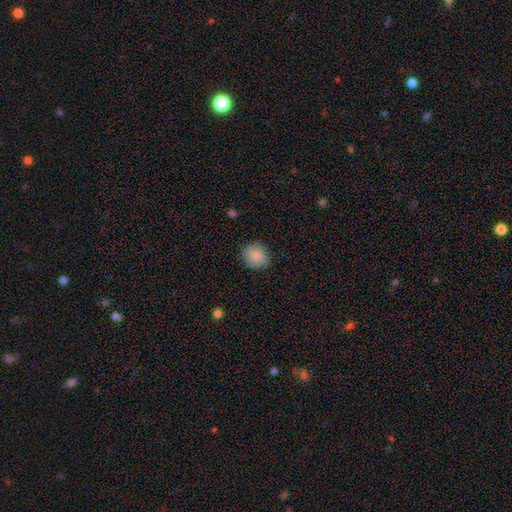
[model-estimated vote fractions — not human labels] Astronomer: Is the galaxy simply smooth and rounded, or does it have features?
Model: smooth — 87%.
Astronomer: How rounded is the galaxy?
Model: round — 76%.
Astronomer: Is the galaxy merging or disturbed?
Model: none — 87%.